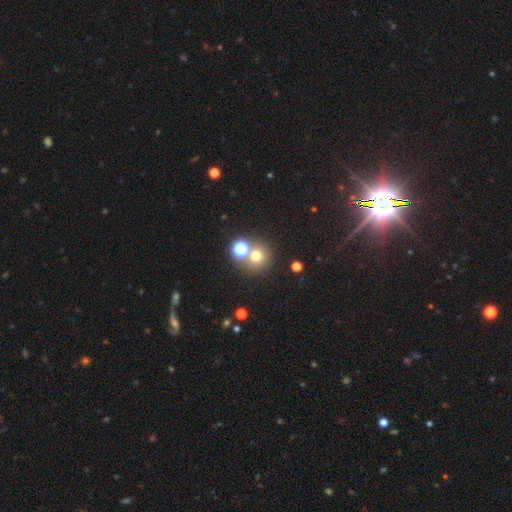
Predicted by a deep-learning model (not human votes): Overall: smooth (68%). How rounded: round (90%). Merging: none (66%).